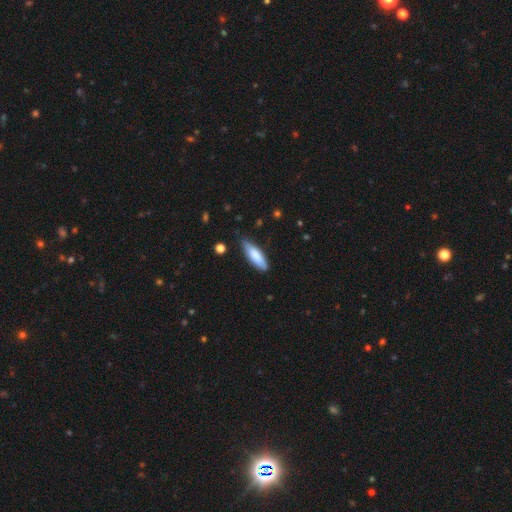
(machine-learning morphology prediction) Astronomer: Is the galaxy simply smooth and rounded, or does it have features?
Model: smooth — 80%.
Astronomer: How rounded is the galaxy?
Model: in between — 51% (runner-up: cigar-shaped, 48%).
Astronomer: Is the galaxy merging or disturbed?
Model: none — 78%.